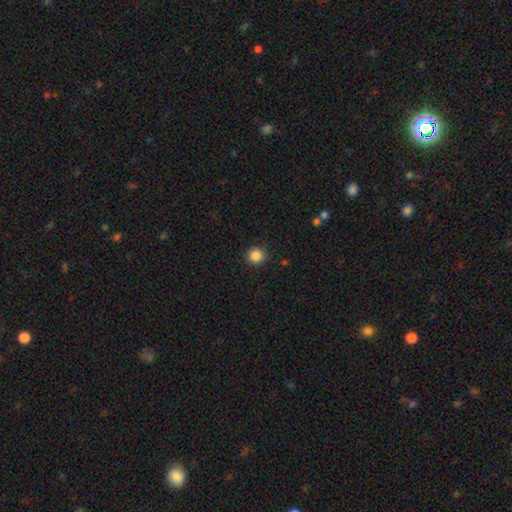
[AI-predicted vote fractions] A smooth galaxy with no disk features (86%) that is round (92%). Merging: none (91%).